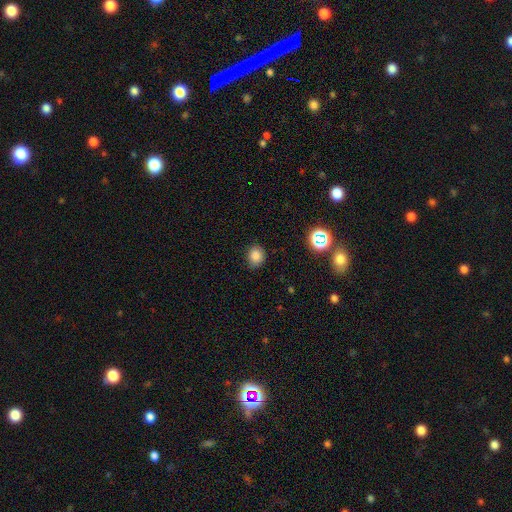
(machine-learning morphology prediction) Smooth or featured?
  - smooth: 81% *
  - star or artifact: 14%
  - featured or disk: 5%
How rounded?
  - round: 67% *
  - in between: 32%
  - cigar-shaped: 1%
Merging?
  - none: 81% *
  - minor disturbance: 15%
  - major disturbance: 3%
  - merger: 1%